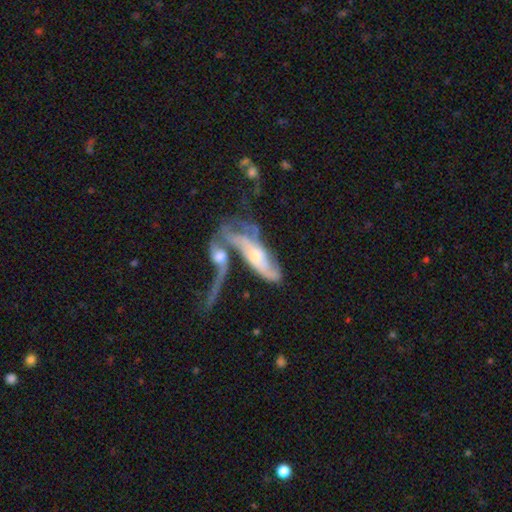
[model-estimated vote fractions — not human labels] Smooth or featured: featured or disk — 72% (smooth — 20%)
Edge-on disk: no — 82% (yes — 18%)
Bar: no — 66% (weak — 26%)
Spiral arms: yes — 82% (no — 18%)
Bulge size: moderate — 46% (small — 43%)
Merging: merger — 61% (major disturbance — 16%)